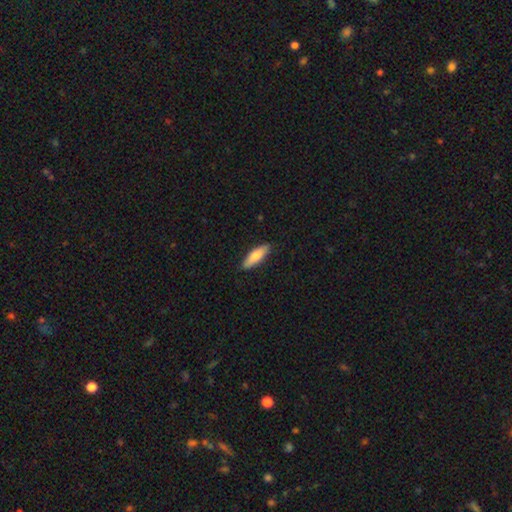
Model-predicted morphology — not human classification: smooth-or-featured: smooth: 72% | featured or disk: 23% | star or artifact: 5%
  how-rounded: cigar-shaped: 53% | in between: 45% | round: 2%
  merging: none: 88% | minor disturbance: 9% | major disturbance: 2% | merger: 1%